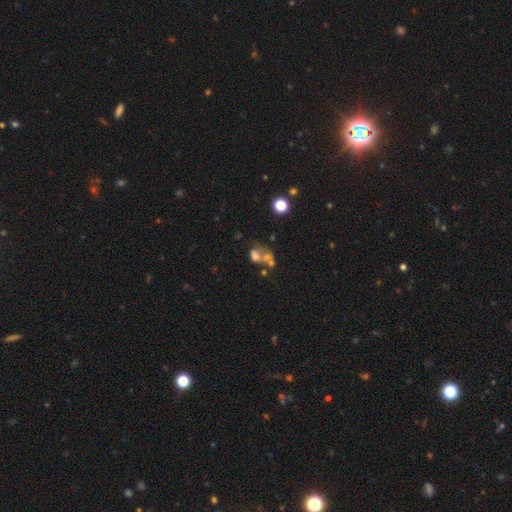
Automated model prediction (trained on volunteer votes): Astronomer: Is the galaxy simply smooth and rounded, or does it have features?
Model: smooth — 50% (runner-up: featured or disk, 32%).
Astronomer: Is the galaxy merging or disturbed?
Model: merger — 54%.